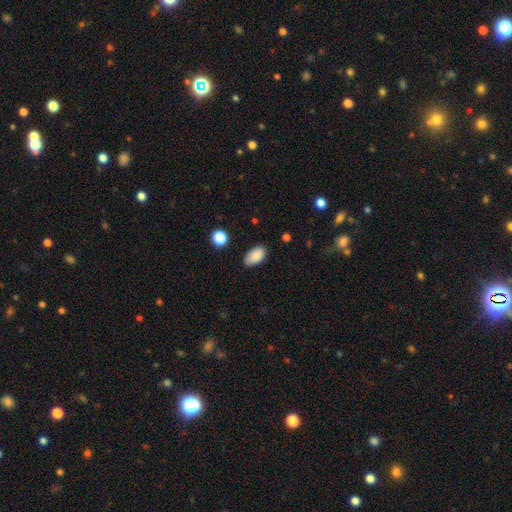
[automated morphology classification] Overall: smooth (87%). How rounded: in between (93%). Merging: none (83%).